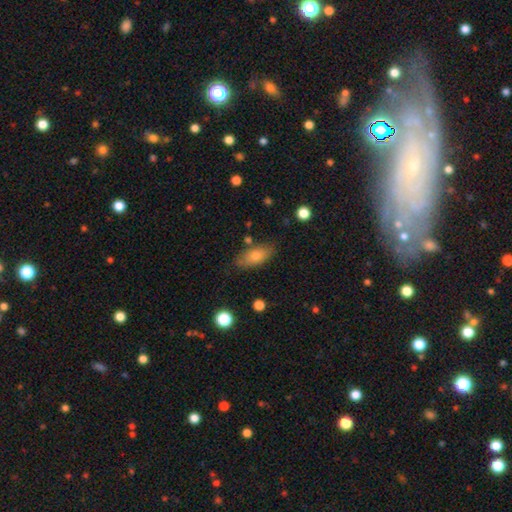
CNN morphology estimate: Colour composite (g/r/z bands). It shows a smooth galaxy with no disk features (72%) that is in between round and cigar-shaped (84%). Merging: none (79%).